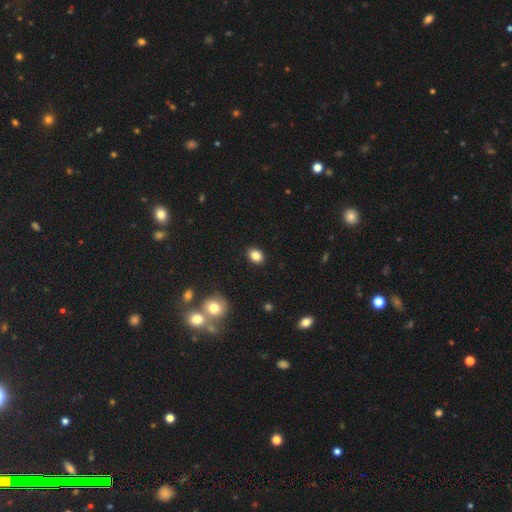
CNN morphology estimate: Smooth or featured: smooth — 84% (star or artifact — 10%)
How rounded: in between — 72% (round — 27%)
Merging: none — 89% (minor disturbance — 7%)